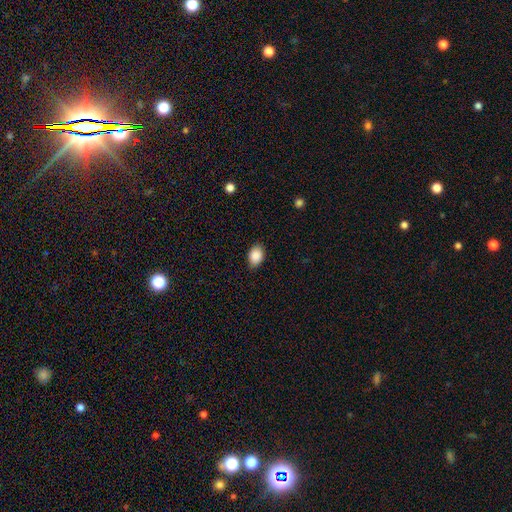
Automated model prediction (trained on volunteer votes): Smooth or featured? Predicted: smooth (p=0.89). How rounded? Predicted: in between (p=0.81). Merging? Predicted: none (p=0.83).